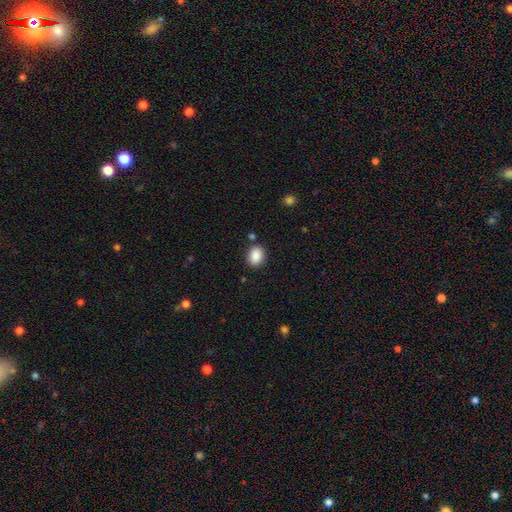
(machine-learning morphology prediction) This appears to be a smooth galaxy with no disk features (88%) that is in between round and cigar-shaped (64%). Merging: none (84%).